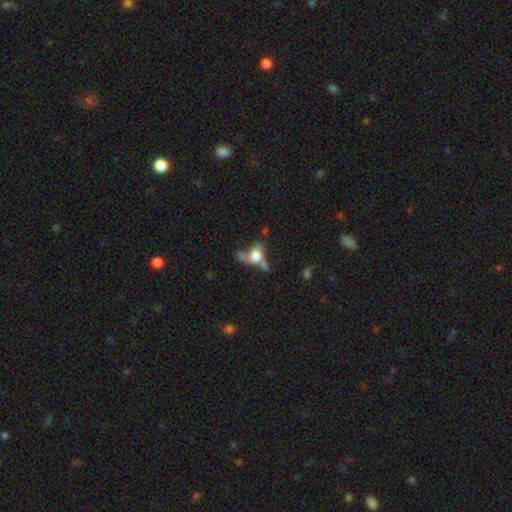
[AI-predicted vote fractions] Overall: smooth (55%; featured or disk 31%). How rounded: in between (62%; round 33%). Merging: merger (34%; major disturbance 26%).